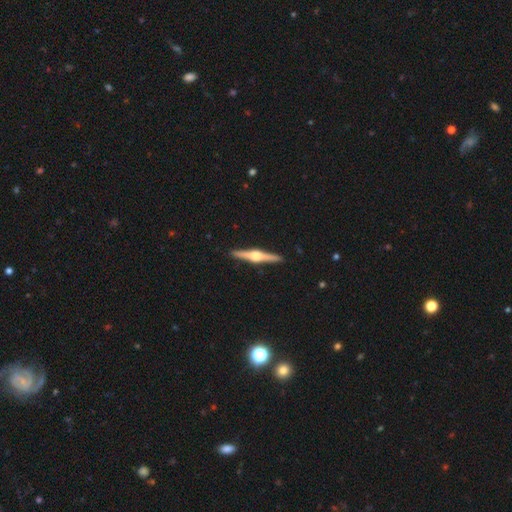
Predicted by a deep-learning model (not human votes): smooth_or_featured: featured or disk (p=0.82) [alt: smooth p=0.13]
disk_edge_on: yes (p=0.99) [alt: no p=0.01]
edge_on_bulge: rounded (p=0.95) [alt: boxy p=0.03]
merging: none (p=0.93) [alt: minor disturbance p=0.05]